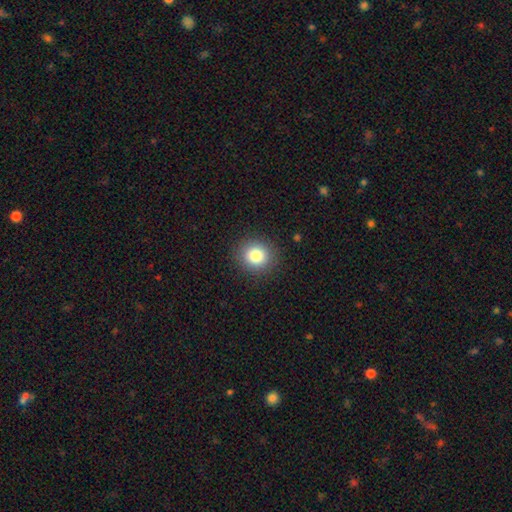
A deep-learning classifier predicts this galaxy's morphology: The model was most divided on "smooth or featured": smooth: 83%, star or artifact: 10%, featured or disk: 6%. More confident: merging — none (90%); how rounded — round (86%).